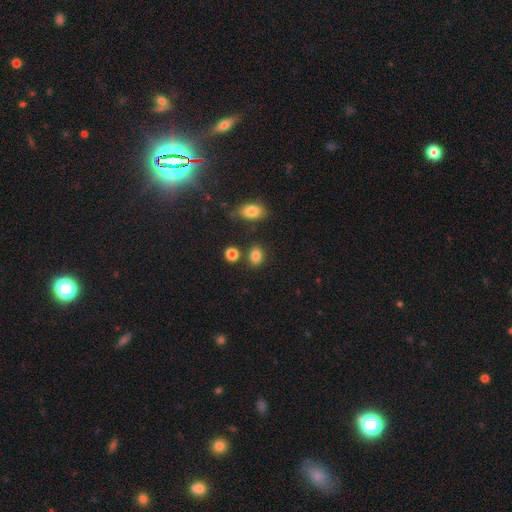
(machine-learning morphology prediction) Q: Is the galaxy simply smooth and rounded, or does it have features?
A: smooth — 84%.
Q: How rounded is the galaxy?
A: in between — 66%.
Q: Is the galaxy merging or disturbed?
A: none — 78%.